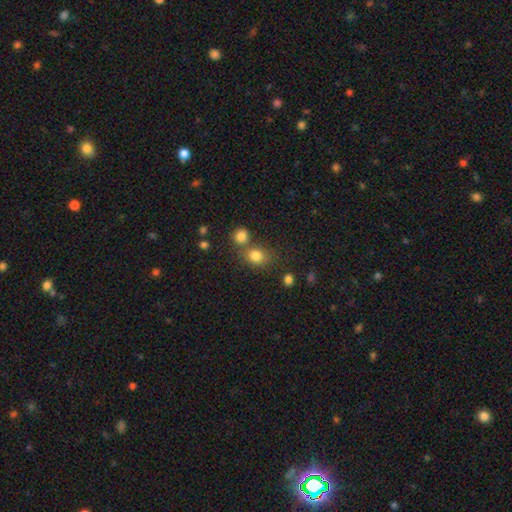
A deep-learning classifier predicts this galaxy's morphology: Smooth or featured?
  - smooth: 81% *
  - star or artifact: 12%
  - featured or disk: 7%
How rounded?
  - round: 63% *
  - in between: 36%
  - cigar-shaped: 1%
Merging?
  - none: 57% *
  - merger: 27%
  - minor disturbance: 12%
  - major disturbance: 5%